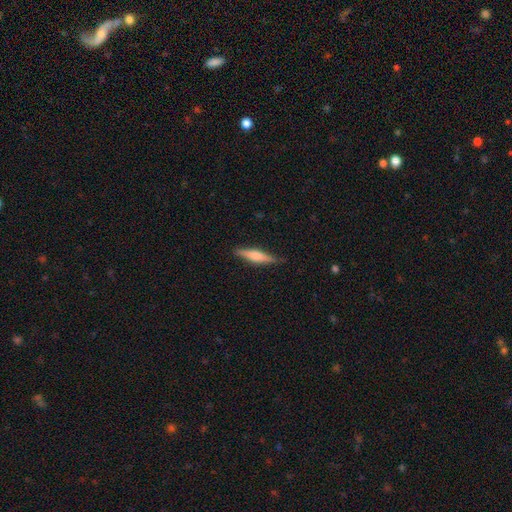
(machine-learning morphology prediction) type=smooth (55%); roundness=cigar-shaped (80%); merging=none (84%).